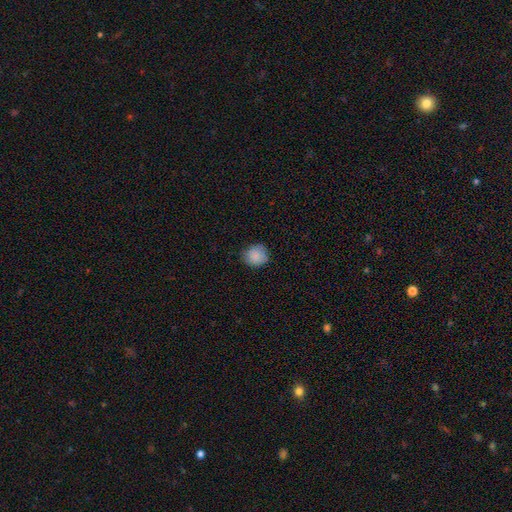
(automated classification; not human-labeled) This appears to be a smooth galaxy with no disk features (87%) that is round (83%). Merging: none (82%).